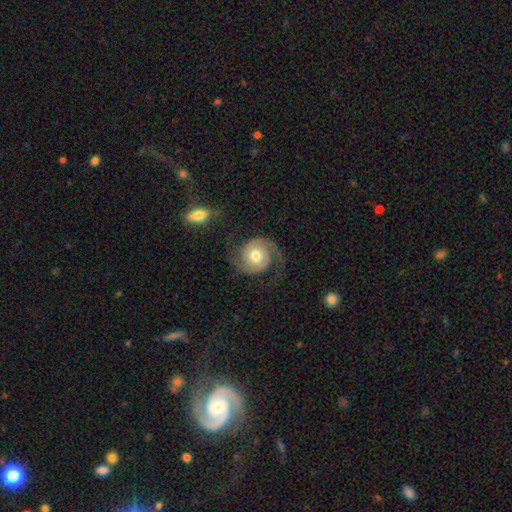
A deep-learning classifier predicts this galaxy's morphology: Smooth or featured: featured or disk — 83% (smooth — 11%)
Edge-on disk: no — 98% (yes — 2%)
Bar: no — 74% (weak — 21%)
Spiral arms: yes — 97% (no — 3%)
Spiral winding: medium — 44% (tight — 34%)
Spiral arm count: 2 — 90% (1 — 4%)
Bulge size: moderate — 76% (large — 11%)
Merging: none — 74% (minor disturbance — 14%)